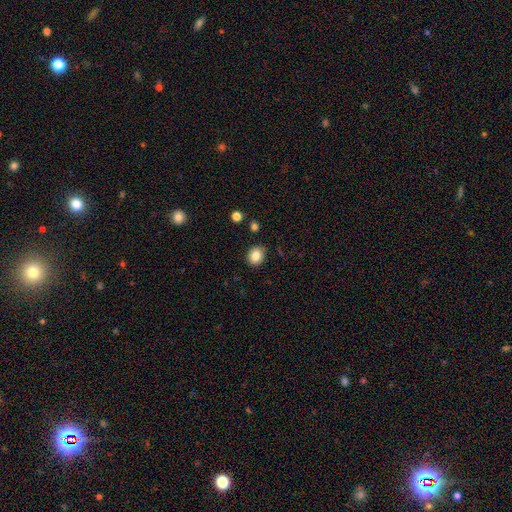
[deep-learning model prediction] smooth-or-featured: smooth: 83% | star or artifact: 9% | featured or disk: 7%
  how-rounded: round: 62% | in between: 38% | cigar-shaped: 1%
  merging: none: 87% | minor disturbance: 9% | major disturbance: 2% | merger: 2%